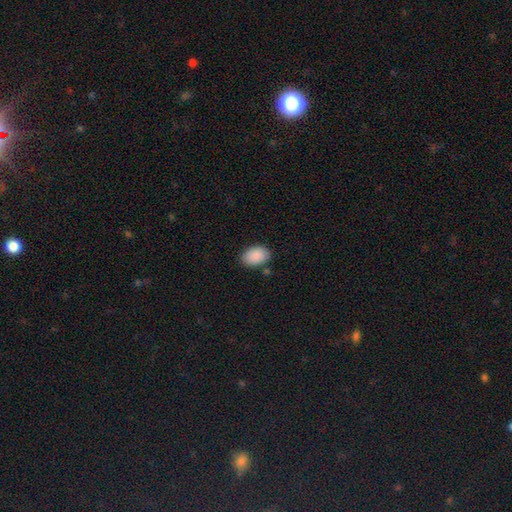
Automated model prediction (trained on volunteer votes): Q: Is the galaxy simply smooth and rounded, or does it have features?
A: smooth — 90%.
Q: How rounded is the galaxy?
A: in between — 88%.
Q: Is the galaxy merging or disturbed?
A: none — 81%.